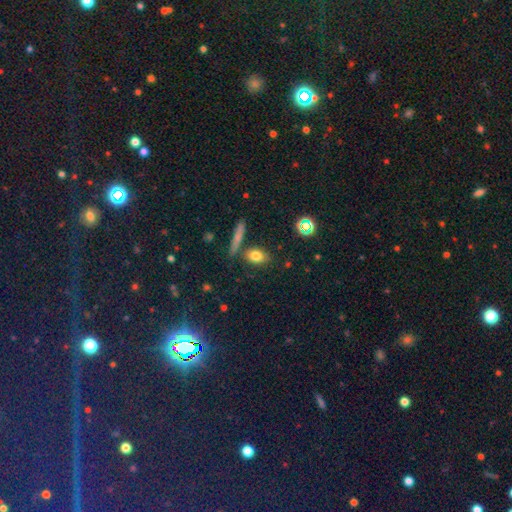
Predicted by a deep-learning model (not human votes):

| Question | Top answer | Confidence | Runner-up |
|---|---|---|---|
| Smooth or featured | smooth | 75% | star or artifact (14%) |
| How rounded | in between | 65% | round (25%) |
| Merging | none | 75% | minor disturbance (11%) |